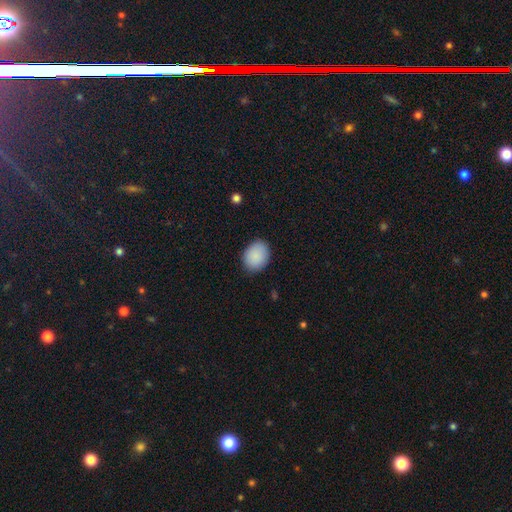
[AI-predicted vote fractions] Smooth or featured? smooth (89%)
How rounded? in between (58%)
Merging? none (86%)